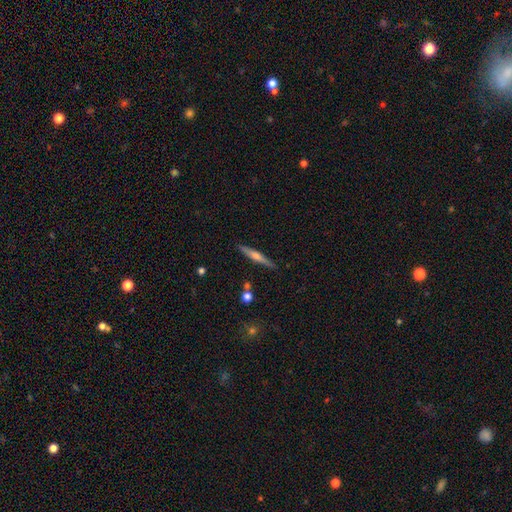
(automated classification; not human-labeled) Q: Smooth or featured?
A: featured or disk (66%); runner-up: smooth (27%)
Q: Edge-on disk?
A: yes (98%); runner-up: no (2%)
Q: Edge-on bulge?
A: rounded (84%); runner-up: none (9%)
Q: Merging?
A: none (89%); runner-up: minor disturbance (7%)